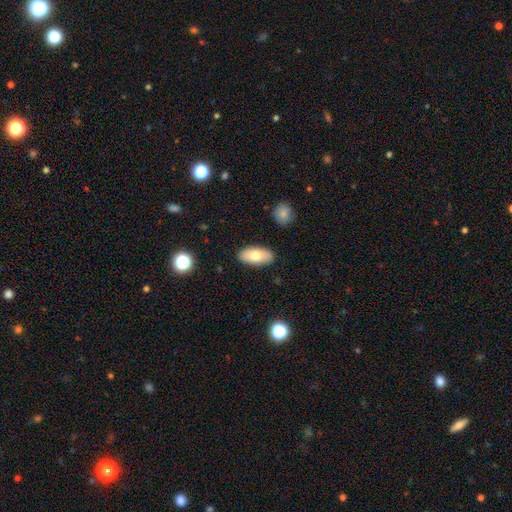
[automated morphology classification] Q: Smooth or featured?
A: smooth (73%); runner-up: featured or disk (21%)
Q: How rounded?
A: in between (90%); runner-up: cigar-shaped (7%)
Q: Merging?
A: none (87%); runner-up: minor disturbance (9%)